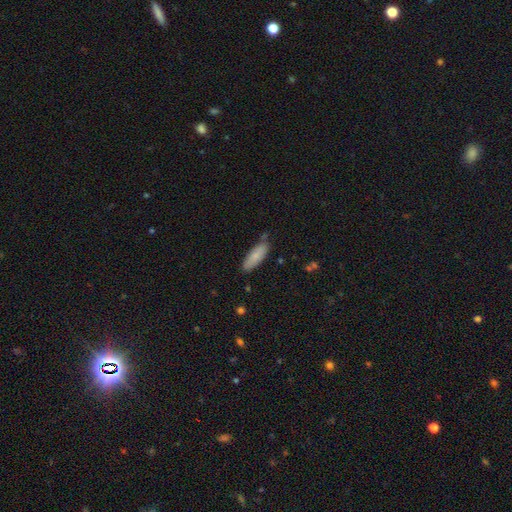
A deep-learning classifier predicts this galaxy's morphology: Overall: smooth (82%). How rounded: in between (60%; cigar-shaped 38%). Merging: none (74%).